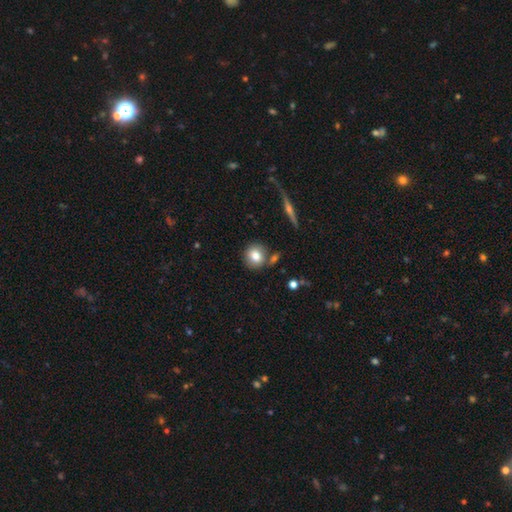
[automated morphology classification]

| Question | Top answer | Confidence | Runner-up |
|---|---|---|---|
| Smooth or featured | smooth | 78% | featured or disk (13%) |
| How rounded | round | 85% | in between (13%) |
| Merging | none | 75% | merger (11%) |